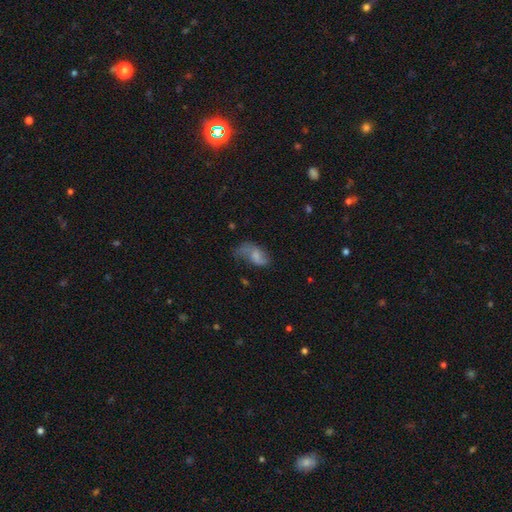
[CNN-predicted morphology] This appears to be a smooth galaxy with no disk features (47%). Merging: major disturbance (35%).